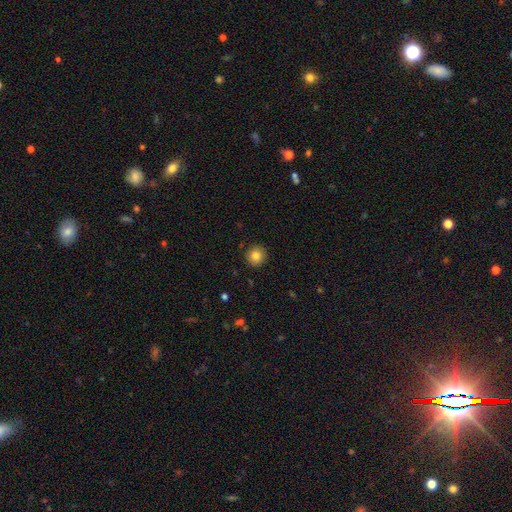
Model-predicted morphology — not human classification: smooth_or_featured: smooth (p=0.83) [alt: star or artifact p=0.10]
how_rounded: round (p=0.94) [alt: in between p=0.05]
merging: none (p=0.92) [alt: minor disturbance p=0.06]